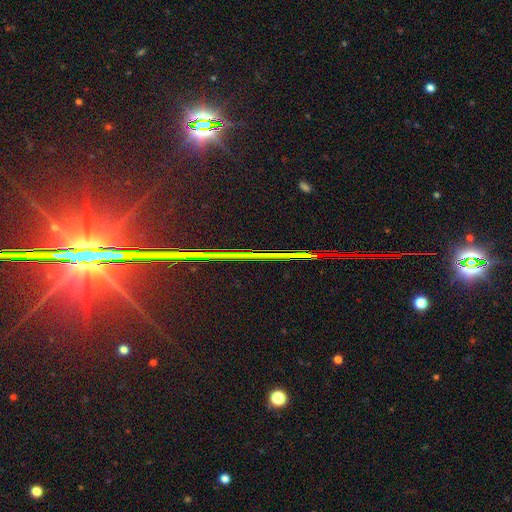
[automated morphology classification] star or artifact 80%, featured or disk 13%, smooth 7%.